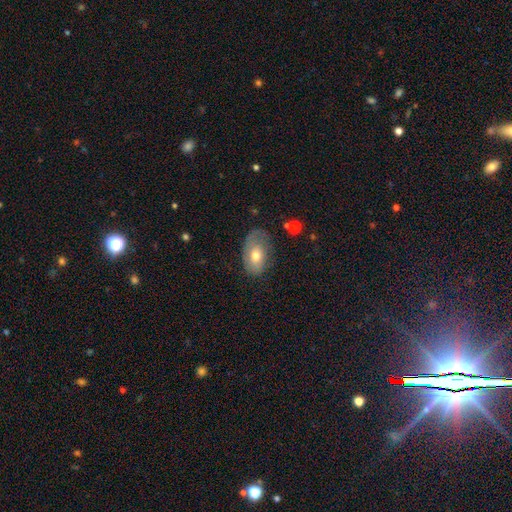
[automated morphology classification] This appears to be a smooth galaxy with no disk features (63%) that is in between round and cigar-shaped (88%). Merging: none (54%).